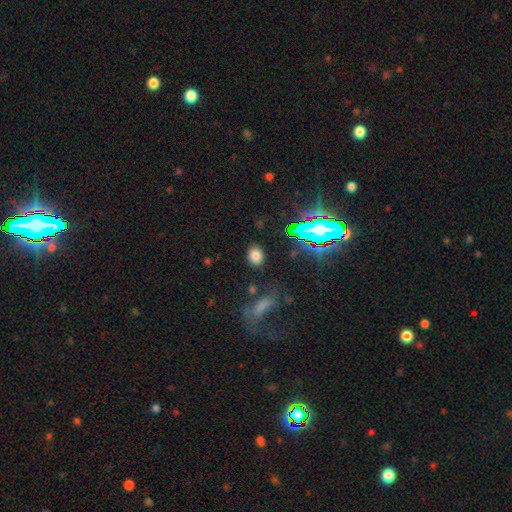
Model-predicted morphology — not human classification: smooth 74%, star or artifact 18%, featured or disk 7%. Down the decision tree: how rounded — in between (60%); merging — none (86%).